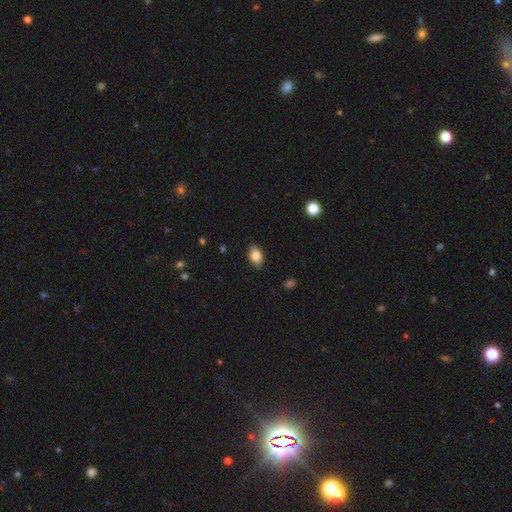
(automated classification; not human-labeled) A smooth galaxy with no disk features (81%) that is in between round and cigar-shaped (85%). Merging: none (83%).